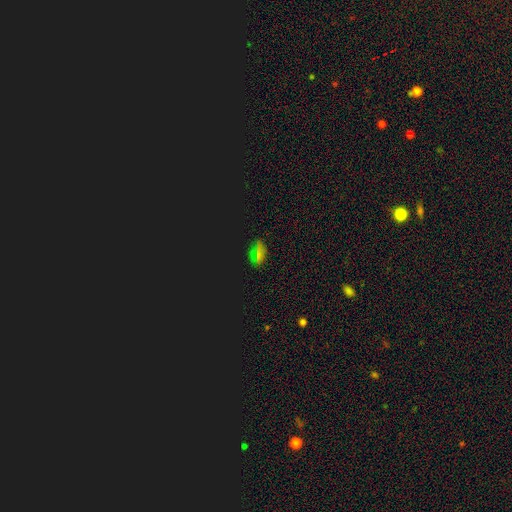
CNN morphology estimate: A star or artifact, not a galaxy (53%).